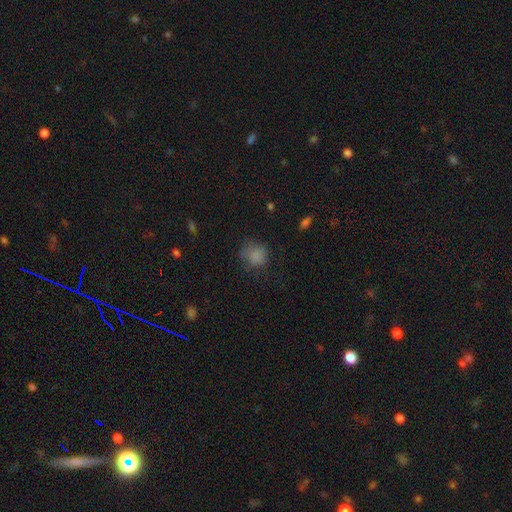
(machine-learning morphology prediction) Q: Smooth or featured?
A: smooth (79%); runner-up: star or artifact (13%)
Q: How rounded?
A: round (78%); runner-up: in between (21%)
Q: Merging?
A: none (62%); runner-up: minor disturbance (24%)